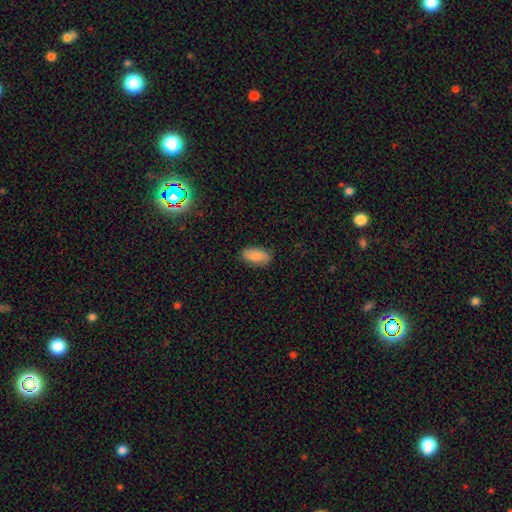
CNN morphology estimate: A smooth galaxy with no disk features (87%) that is in between round and cigar-shaped (89%). Merging: none (86%).